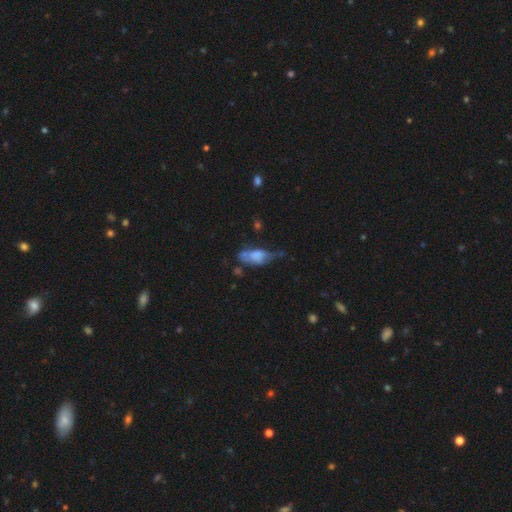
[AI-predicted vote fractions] This appears to be a smooth galaxy with no disk features (62%) that is in between round and cigar-shaped (82%). Merging: minor disturbance (33%).